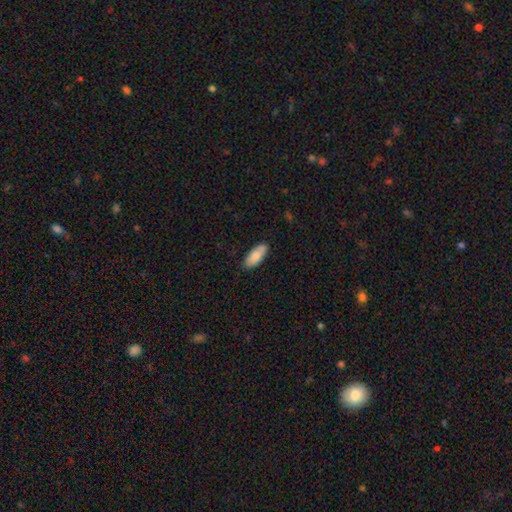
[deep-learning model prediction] A smooth galaxy with no disk features (84%) that is in between round and cigar-shaped (82%).

Vote fractions:
- Smooth or featured? smooth: 84% / featured or disk: 10% / star or artifact: 6%
- How rounded? in between: 82% / cigar-shaped: 16% / round: 2%
- Merging? none: 84% / minor disturbance: 13% / major disturbance: 2% / merger: 1%